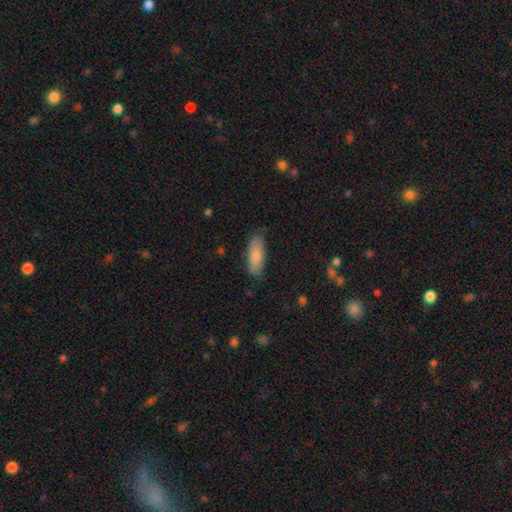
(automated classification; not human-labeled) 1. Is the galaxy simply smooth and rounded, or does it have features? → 81% smooth, 13% featured or disk, 6% star or artifact.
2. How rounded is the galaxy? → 72% in between, 26% cigar-shaped, 2% round.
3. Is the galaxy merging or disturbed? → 78% none, 17% minor disturbance, 3% major disturbance, 1% merger.